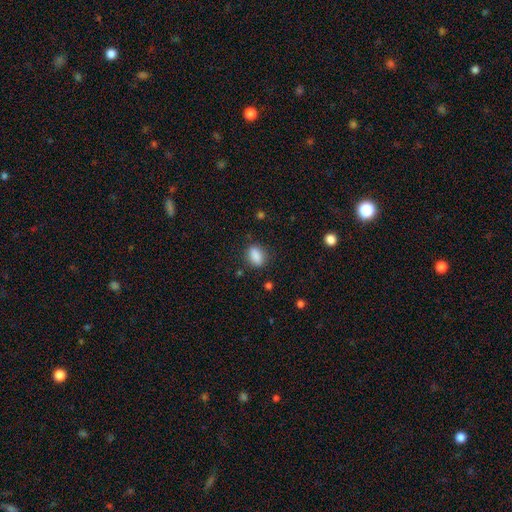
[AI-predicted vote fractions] Smooth or featured? smooth (86%)
How rounded? in between (79%)
Merging? none (82%)